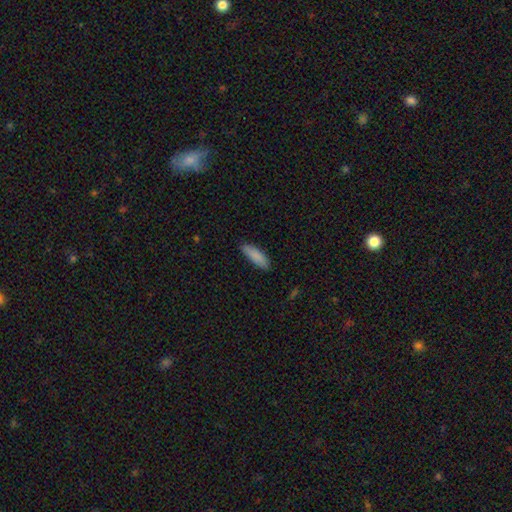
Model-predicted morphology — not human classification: Q: Smooth or featured?
A: smooth (88%); runner-up: featured or disk (6%)
Q: How rounded?
A: in between (53%); runner-up: cigar-shaped (46%)
Q: Merging?
A: none (85%); runner-up: minor disturbance (12%)